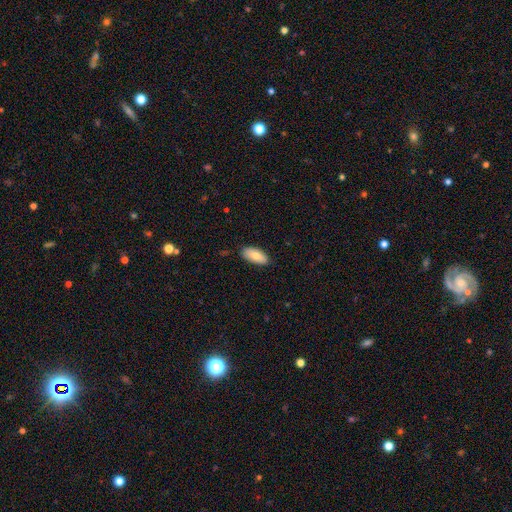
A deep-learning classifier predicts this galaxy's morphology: The model was most divided on "smooth or featured": smooth: 79%, featured or disk: 15%, star or artifact: 6%. More confident: how rounded — in between (89%); merging — none (86%).